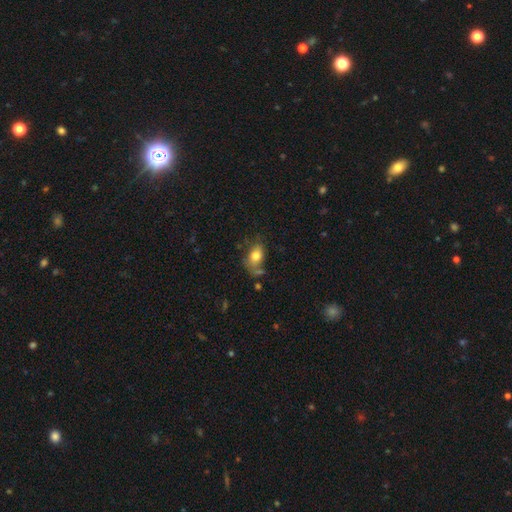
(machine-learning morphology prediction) smooth 76%, featured or disk 16%, star or artifact 8%. Down the decision tree: how rounded — in between (80%); merging — none (50%).